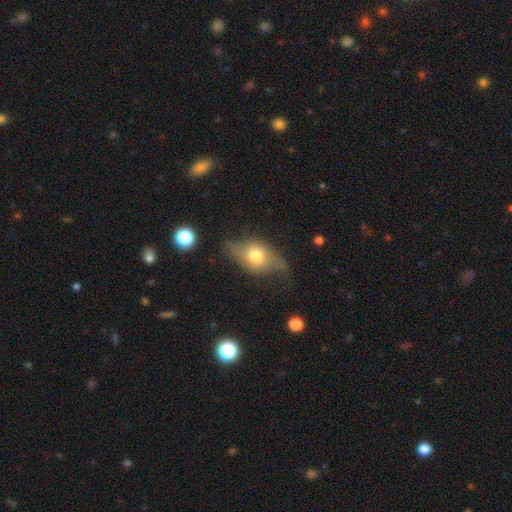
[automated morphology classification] smooth 50%, featured or disk 40%, star or artifact 9%. Down the decision tree: how rounded — in between (71%); merging — none (47%).